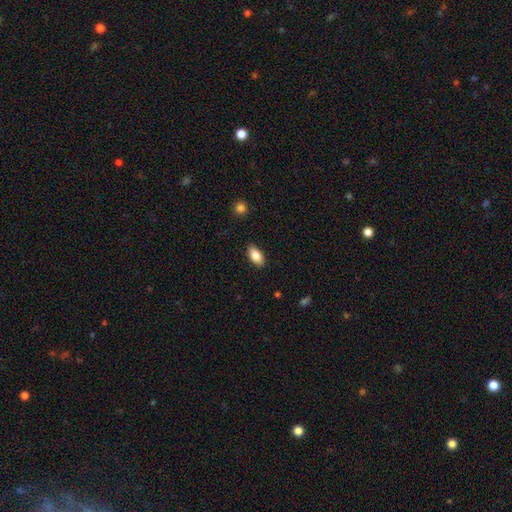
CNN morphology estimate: Smooth or featured: smooth — 84% (featured or disk — 9%)
How rounded: in between — 92% (cigar-shaped — 6%)
Merging: none — 88% (minor disturbance — 9%)